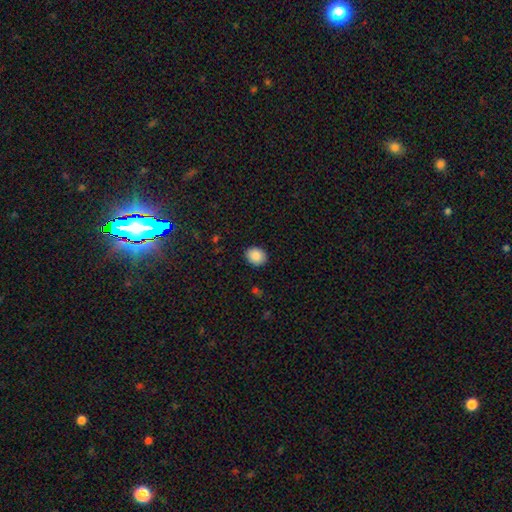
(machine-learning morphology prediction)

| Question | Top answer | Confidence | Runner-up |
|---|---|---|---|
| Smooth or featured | smooth | 88% | star or artifact (8%) |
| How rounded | round | 61% | in between (39%) |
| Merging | none | 90% | minor disturbance (7%) |